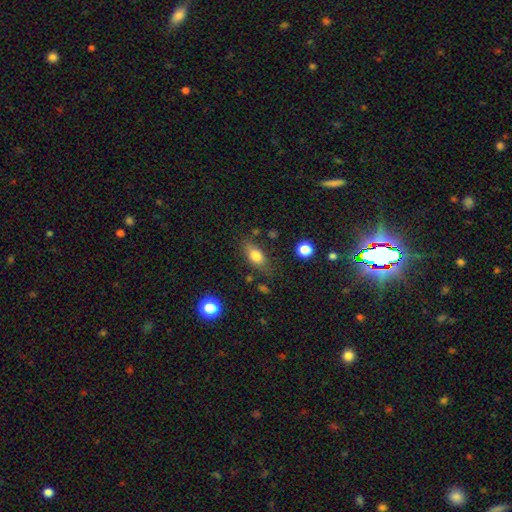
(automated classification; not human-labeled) Smooth or featured: smooth — 76% (featured or disk — 15%)
How rounded: in between — 81% (cigar-shaped — 10%)
Merging: none — 72% (minor disturbance — 18%)